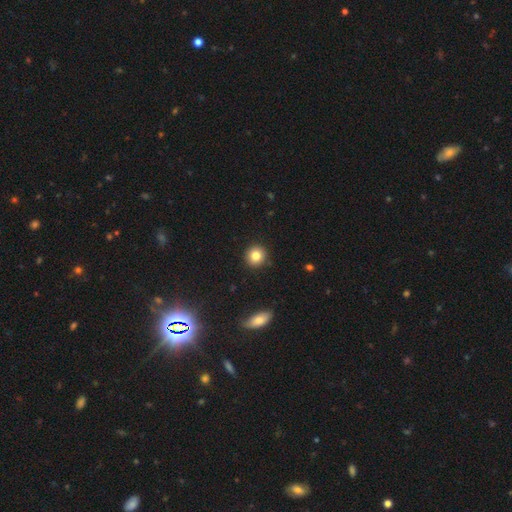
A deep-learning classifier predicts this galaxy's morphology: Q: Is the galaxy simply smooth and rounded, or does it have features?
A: smooth — 83%.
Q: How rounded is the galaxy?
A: round — 91%.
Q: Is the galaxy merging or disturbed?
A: none — 92%.